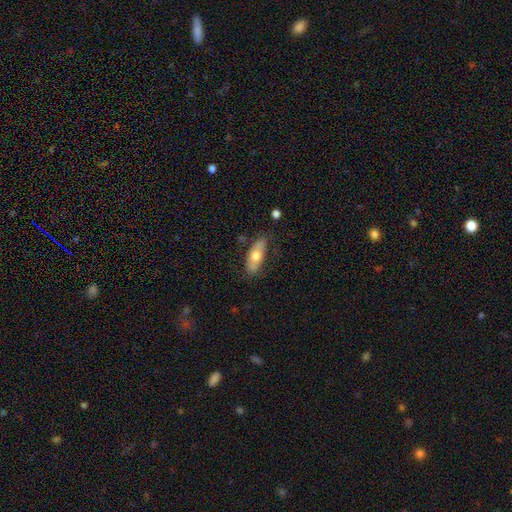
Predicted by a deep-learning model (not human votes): smooth 63%, featured or disk 31%, star or artifact 6%. Down the decision tree: how rounded — in between (76%); merging — none (75%).